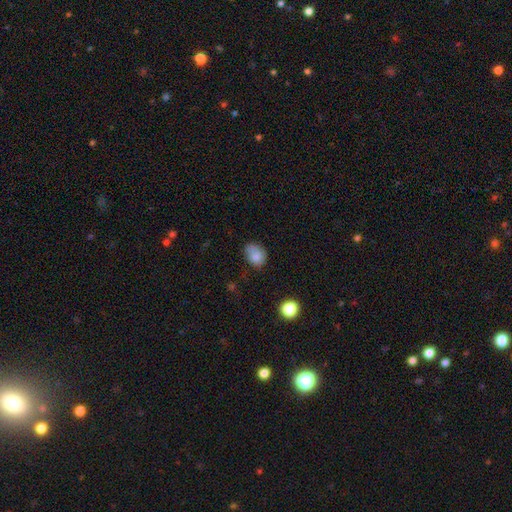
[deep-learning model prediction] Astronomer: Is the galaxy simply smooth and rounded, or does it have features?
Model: smooth — 79%.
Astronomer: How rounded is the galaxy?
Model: in between — 63%.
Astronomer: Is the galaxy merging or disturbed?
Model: none — 52% (runner-up: minor disturbance, 33%).